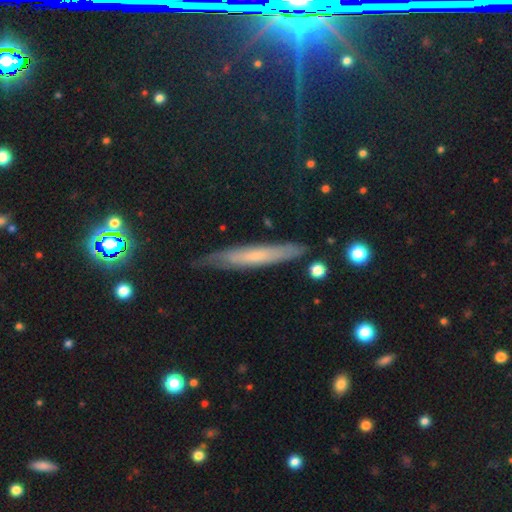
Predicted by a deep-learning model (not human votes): A smooth galaxy with no disk features (46%).

Vote fractions:
- Smooth or featured? smooth: 46% / featured or disk: 43% / star or artifact: 11%
- Merging? none: 76% / minor disturbance: 19% / major disturbance: 3% / merger: 2%